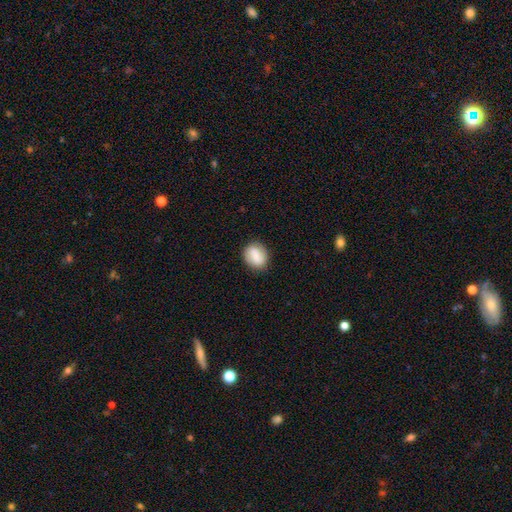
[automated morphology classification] This appears to be a smooth galaxy with no disk features (67%) that is round (56%). Merging: none (84%).